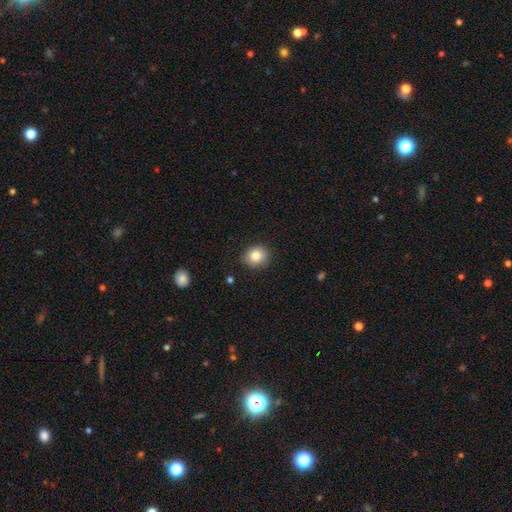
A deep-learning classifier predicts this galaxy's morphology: smooth_or_featured: smooth (p=0.83) [alt: star or artifact p=0.09]
how_rounded: round (p=0.75) [alt: in between p=0.24]
merging: none (p=0.86) [alt: minor disturbance p=0.11]